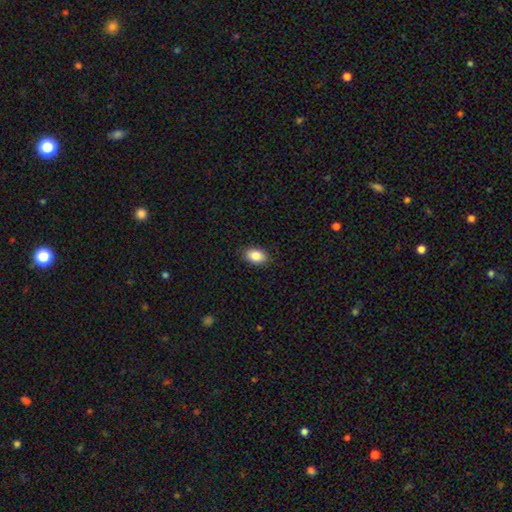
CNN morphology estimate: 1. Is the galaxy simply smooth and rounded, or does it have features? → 87% smooth, 7% star or artifact, 5% featured or disk.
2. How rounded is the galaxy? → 90% in between, 9% round, 1% cigar-shaped.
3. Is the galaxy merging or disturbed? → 88% none, 9% minor disturbance, 2% major disturbance, 1% merger.